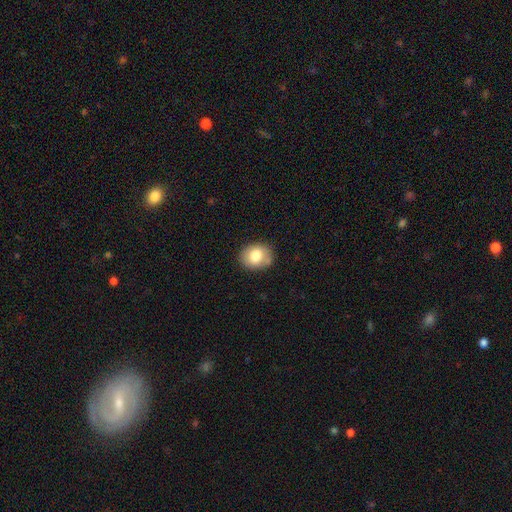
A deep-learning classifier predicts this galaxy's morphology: A smooth galaxy with no disk features (78%) that is round (51%).

Vote fractions:
- Smooth or featured? smooth: 78% / featured or disk: 14% / star or artifact: 8%
- How rounded? round: 51% / in between: 48% / cigar-shaped: 1%
- Merging? none: 77% / minor disturbance: 16% / major disturbance: 3% / merger: 3%